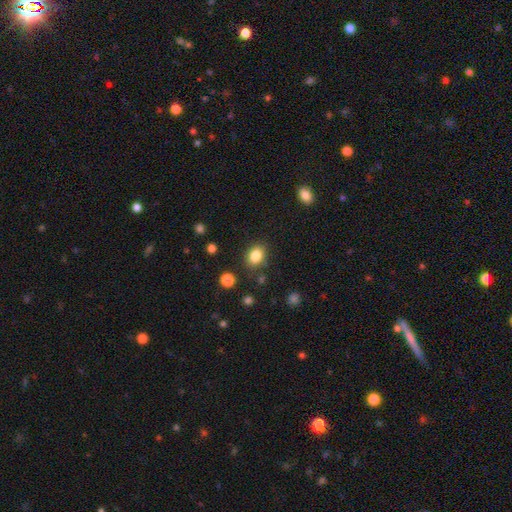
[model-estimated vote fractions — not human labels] smooth-or-featured: smooth: 84% | star or artifact: 10% | featured or disk: 6%
  how-rounded: in between: 59% | round: 41% | cigar-shaped: 1%
  merging: none: 83% | minor disturbance: 11% | major disturbance: 3% | merger: 3%